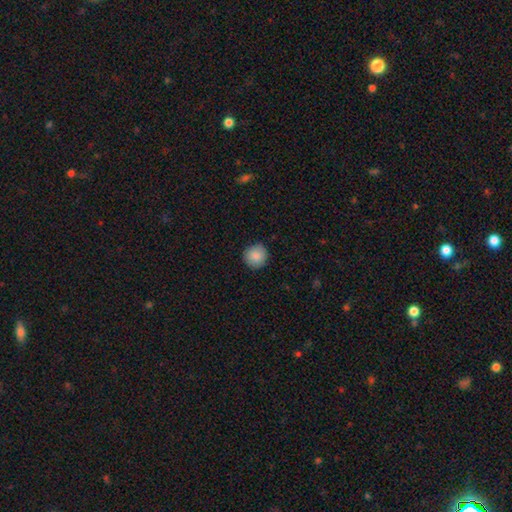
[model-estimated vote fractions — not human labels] Morphology: type=smooth (88%); roundness=round (93%); merging=none (88%).